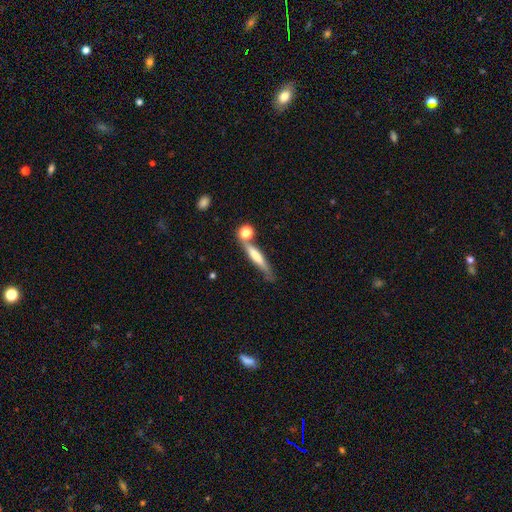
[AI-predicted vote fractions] This appears to be a smooth galaxy with no disk features (52%) that is cigar-shaped (88%). Merging: none (61%).